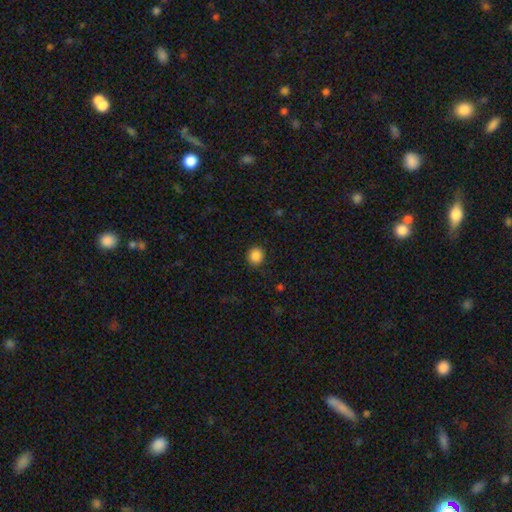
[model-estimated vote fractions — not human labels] A smooth galaxy with no disk features (87%) that is round (89%).

Vote fractions:
- Smooth or featured? smooth: 87% / star or artifact: 10% / featured or disk: 3%
- How rounded? round: 89% / in between: 10% / cigar-shaped: 1%
- Merging? none: 90% / minor disturbance: 7% / major disturbance: 2% / merger: 1%